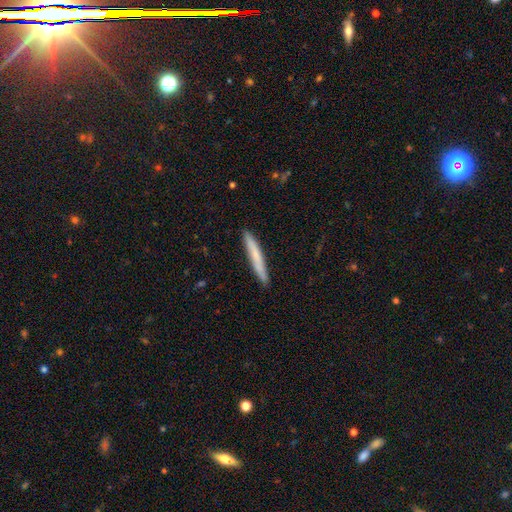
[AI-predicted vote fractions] Morphology: type=smooth (68%); roundness=cigar-shaped (96%); merging=none (89%).